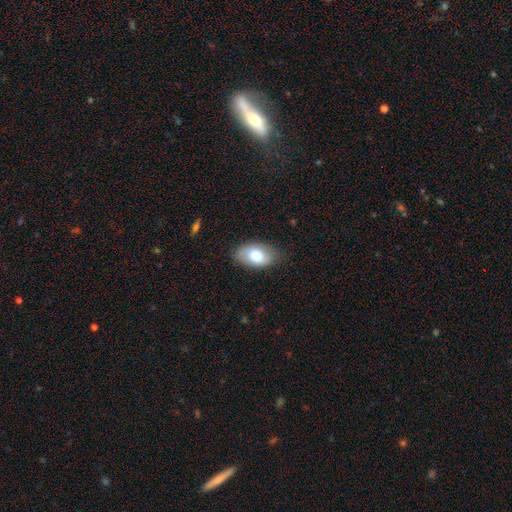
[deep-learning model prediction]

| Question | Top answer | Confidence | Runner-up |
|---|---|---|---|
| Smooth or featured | smooth | 74% | featured or disk (19%) |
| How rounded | in between | 92% | round (6%) |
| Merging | none | 79% | minor disturbance (16%) |